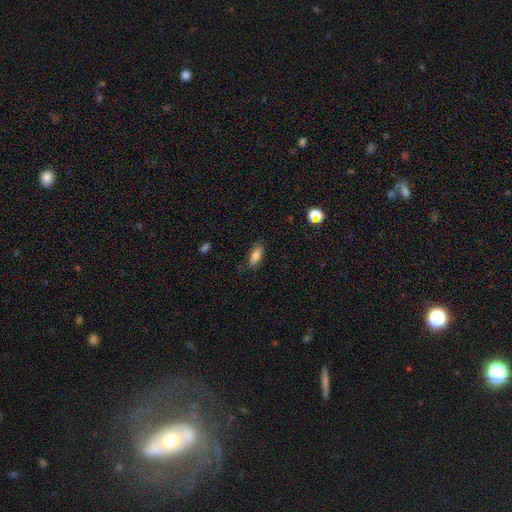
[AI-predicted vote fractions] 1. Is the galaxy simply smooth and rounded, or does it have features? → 79% smooth, 13% featured or disk, 8% star or artifact.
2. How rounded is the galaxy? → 76% in between, 21% cigar-shaped, 3% round.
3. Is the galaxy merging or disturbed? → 83% none, 13% minor disturbance, 3% major disturbance, 1% merger.